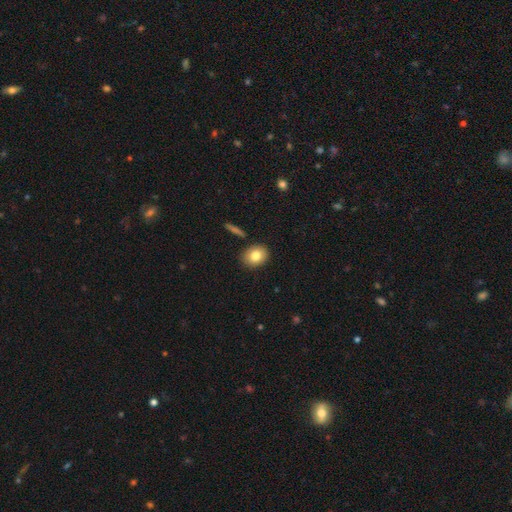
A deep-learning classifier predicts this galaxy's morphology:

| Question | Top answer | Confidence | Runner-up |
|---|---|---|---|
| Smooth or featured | smooth | 80% | featured or disk (11%) |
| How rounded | round | 57% | in between (42%) |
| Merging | none | 87% | minor disturbance (9%) |